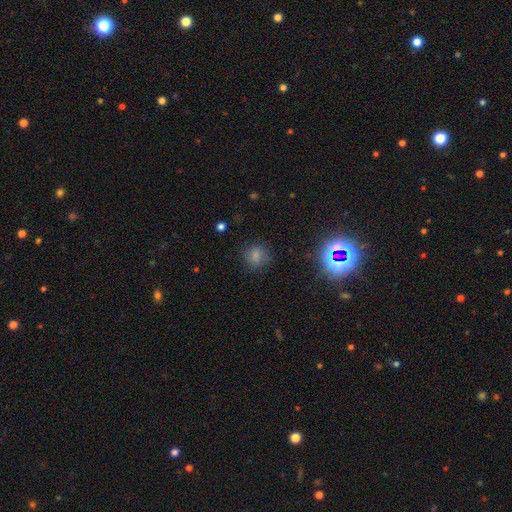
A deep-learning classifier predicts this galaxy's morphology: smooth-or-featured: smooth: 74% | star or artifact: 18% | featured or disk: 8%
  how-rounded: round: 74% | in between: 24% | cigar-shaped: 1%
  merging: none: 78% | minor disturbance: 15% | major disturbance: 5% | merger: 2%